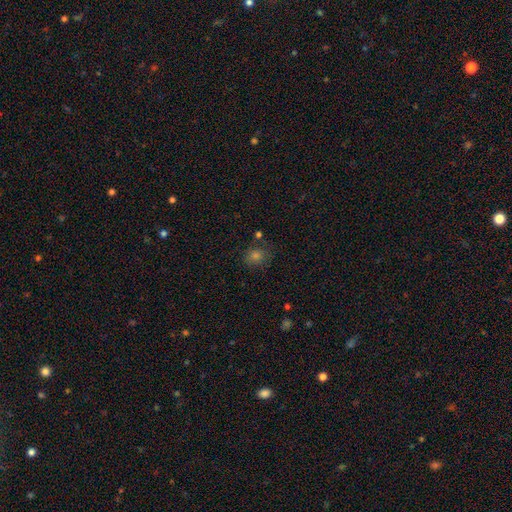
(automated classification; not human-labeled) This appears to be a smooth galaxy with no disk features (67%) that is round (72%). Merging: none (79%).